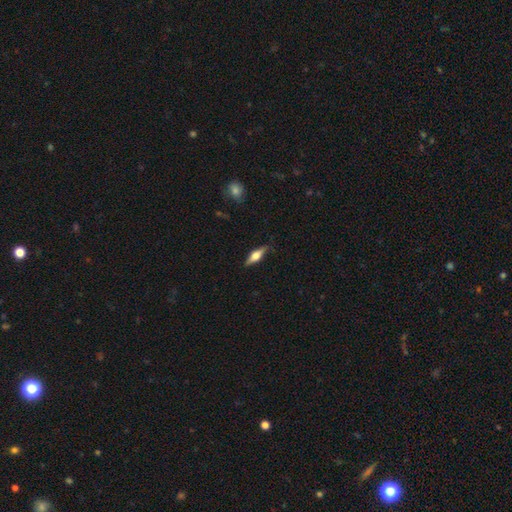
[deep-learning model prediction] This is possibly a featured or disk galaxy (59%). It is clearly viewed edge-on (95%). Edge-on bulge: clearly rounded (90%). Merging: clearly none (84%).